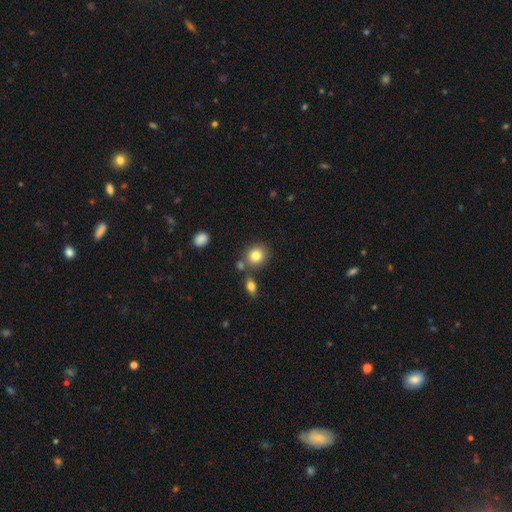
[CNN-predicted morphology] This appears to be a smooth galaxy with no disk features (82%) that is round (78%). Merging: none (71%).